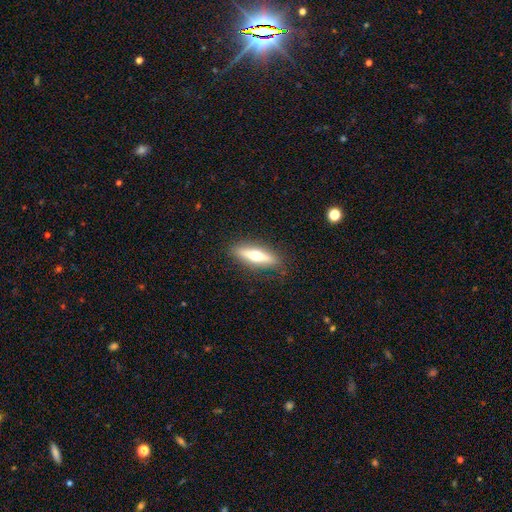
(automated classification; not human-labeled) Smooth or featured: featured or disk — 53% (smooth — 41%)
Edge-on disk: yes — 89% (no — 11%)
Merging: none — 88% (minor disturbance — 9%)